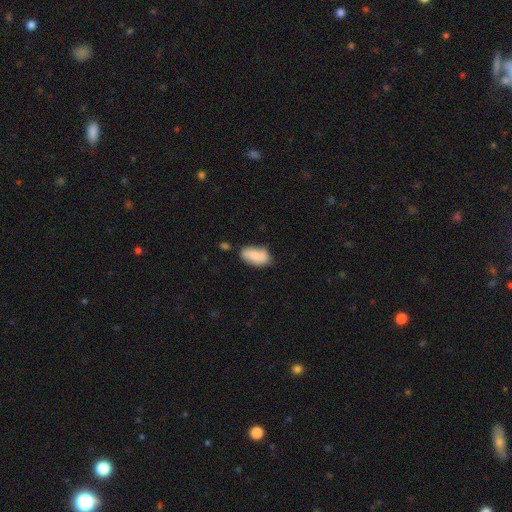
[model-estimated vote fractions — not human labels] This appears to be a smooth galaxy with no disk features (81%) that is in between round and cigar-shaped (92%). Merging: none (65%).